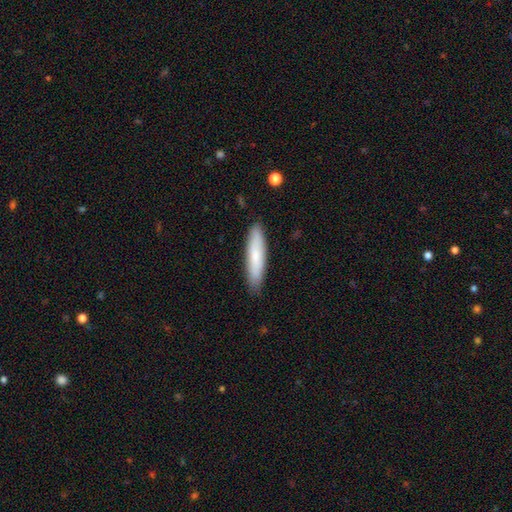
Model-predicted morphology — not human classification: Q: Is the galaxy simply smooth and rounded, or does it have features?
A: smooth — 76%.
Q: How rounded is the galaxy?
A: cigar-shaped — 78%.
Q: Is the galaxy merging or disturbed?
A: none — 88%.